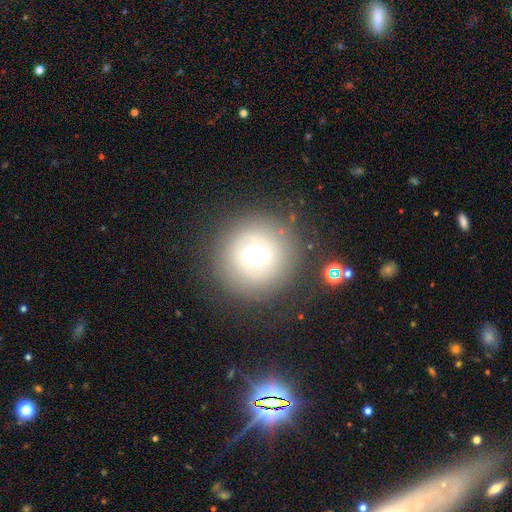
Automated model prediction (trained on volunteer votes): This is possibly a featured or disk galaxy (46%). Merging: likely none (76%).